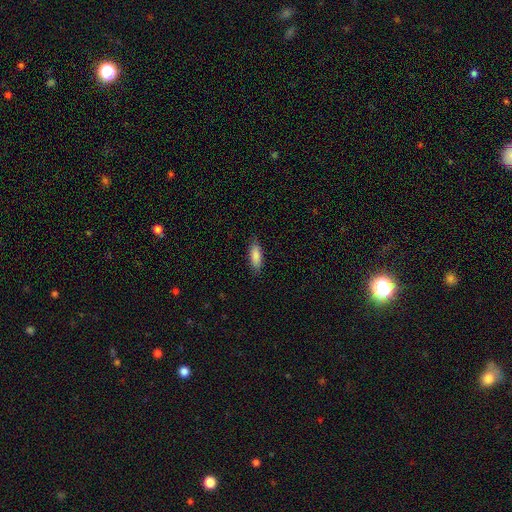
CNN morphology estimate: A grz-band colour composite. It shows a smooth galaxy with no disk features (88%) that is in between round and cigar-shaped (68%). Merging: none (85%).